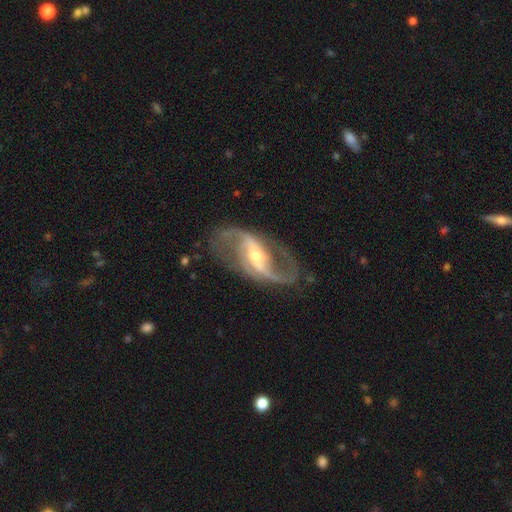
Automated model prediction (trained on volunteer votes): A featured or disk galaxy (92%) with a strong bar (43%), 2 (93%) loose (52%) spiral arms (97%) and a small central bulge (54%). Merging: none (77%).